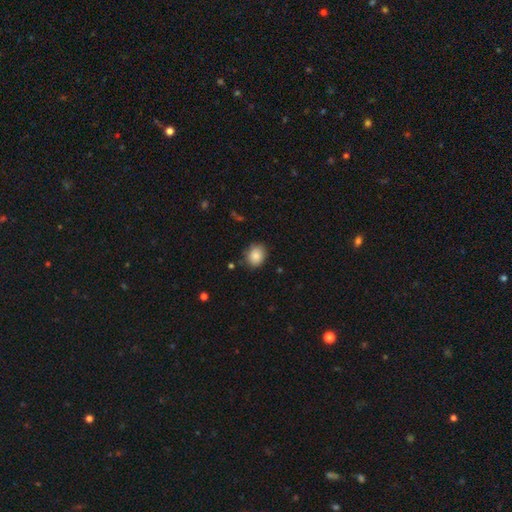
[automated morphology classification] The model was most divided on "how rounded": round: 55%, in between: 44%, cigar-shaped: 1%. More confident: smooth or featured — smooth (86%); merging — none (80%).